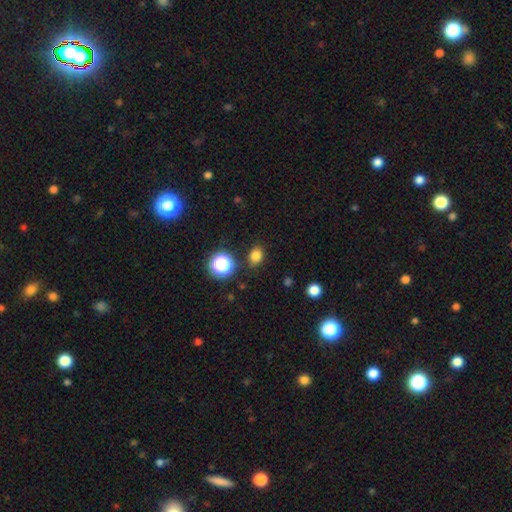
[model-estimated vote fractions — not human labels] The model was most divided on "how rounded": in between: 54%, round: 45%, cigar-shaped: 1%. More confident: merging — none (84%); smooth or featured — smooth (80%).